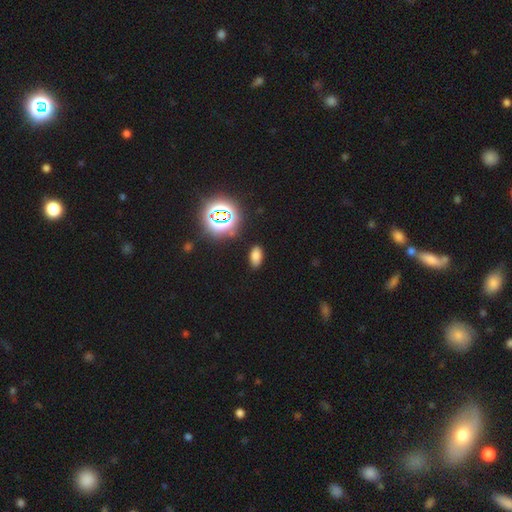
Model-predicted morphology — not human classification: smooth 70%, star or artifact 24%, featured or disk 7%. Down the decision tree: how rounded — in between (91%); merging — none (87%).